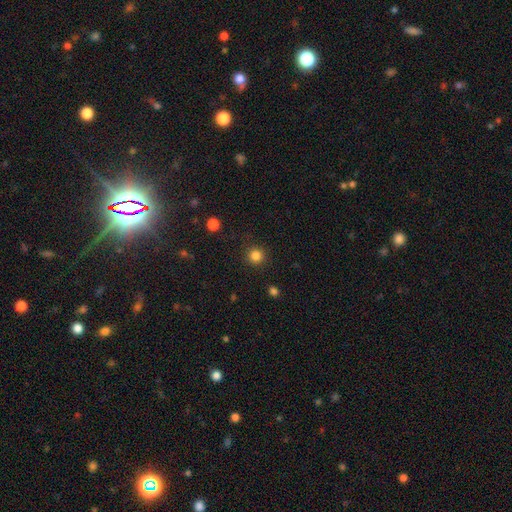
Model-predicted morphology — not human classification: smooth_or_featured: smooth (p=0.84) [alt: star or artifact p=0.12]
how_rounded: round (p=0.95) [alt: in between p=0.05]
merging: none (p=0.91) [alt: minor disturbance p=0.06]